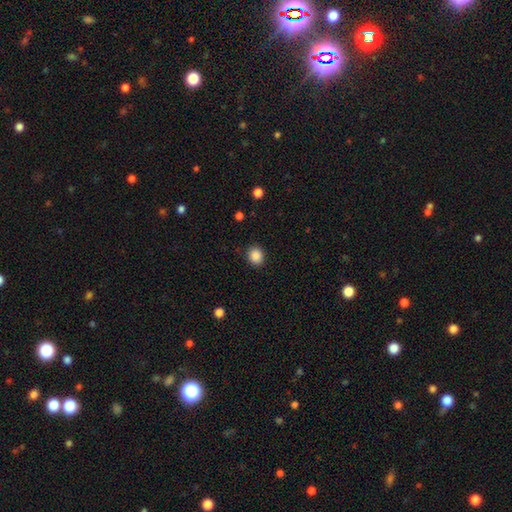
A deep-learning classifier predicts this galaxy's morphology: Overall: smooth (87%). How rounded: round (71%). Merging: none (89%).